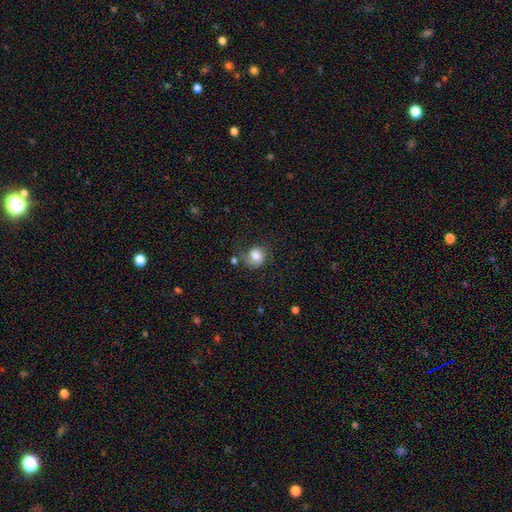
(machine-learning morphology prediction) Smooth or featured? smooth (70%)
How rounded? round (70%)
Merging? none (52%)